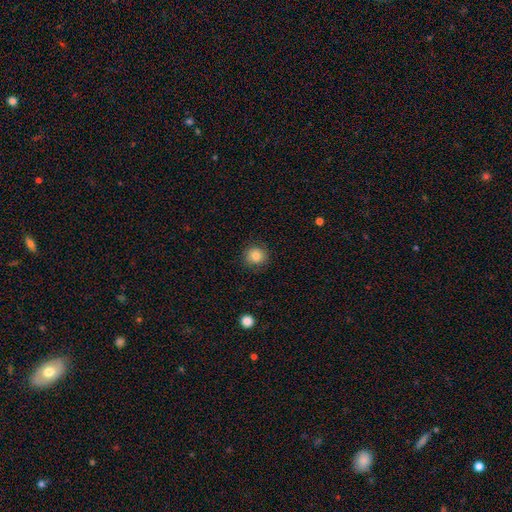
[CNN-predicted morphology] Smooth or featured: smooth — 81% (star or artifact — 10%)
How rounded: round — 90% (in between — 9%)
Merging: none — 87% (minor disturbance — 9%)